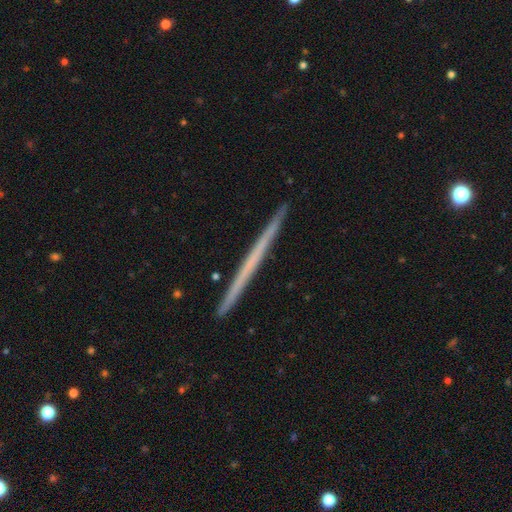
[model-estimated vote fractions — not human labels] smooth_or_featured: featured or disk (p=0.55) [alt: smooth p=0.39]
disk_edge_on: yes (p=0.98) [alt: no p=0.02]
edge_on_bulge: none (p=0.94) [alt: rounded p=0.04]
merging: none (p=0.93) [alt: minor disturbance p=0.05]